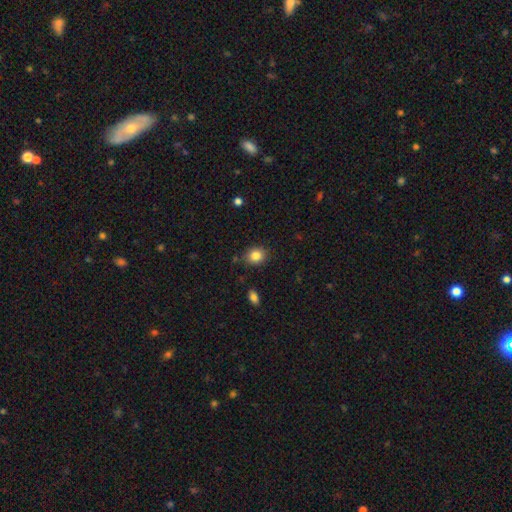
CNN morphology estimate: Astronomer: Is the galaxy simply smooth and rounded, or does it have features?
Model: smooth — 84%.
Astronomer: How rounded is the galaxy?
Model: round — 66%.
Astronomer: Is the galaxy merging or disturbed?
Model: none — 85%.